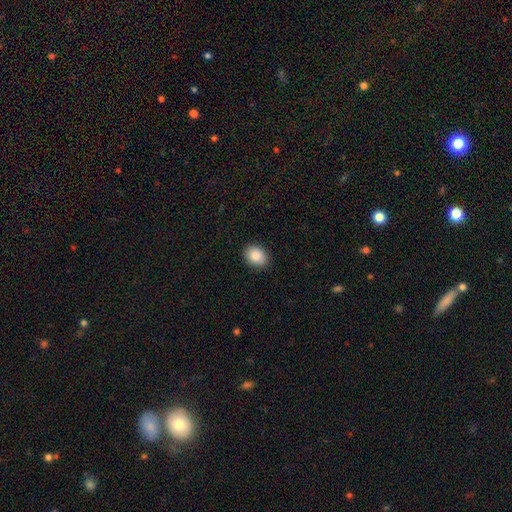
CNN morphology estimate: Smooth or featured? Predicted: smooth (p=0.89). How rounded? Predicted: in between (p=0.64). Merging? Predicted: none (p=0.88).